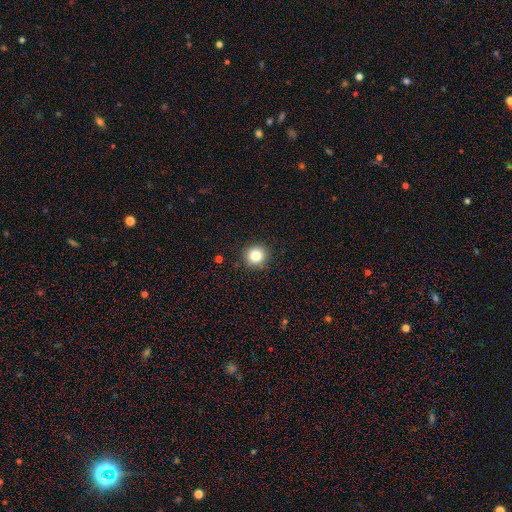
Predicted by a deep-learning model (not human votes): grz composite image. It shows a smooth galaxy with no disk features (83%) that is round (92%). Merging: none (91%).